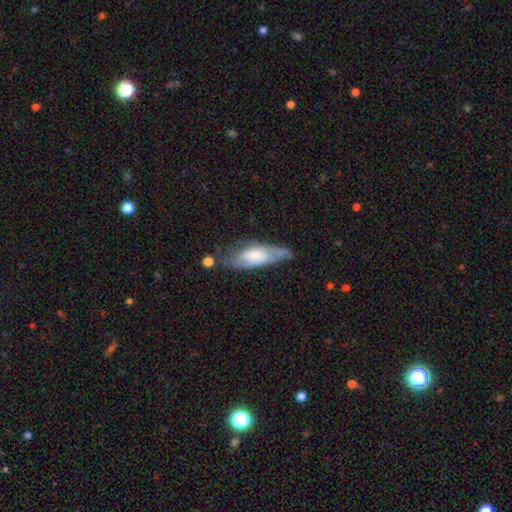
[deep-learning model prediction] A featured or disk galaxy (52%).

Vote fractions:
- Smooth or featured? featured or disk: 52% / smooth: 42% / star or artifact: 6%
- Edge-on disk? no: 77% / yes: 23%
- Merging? none: 43% / minor disturbance: 32% / major disturbance: 19% / merger: 6%